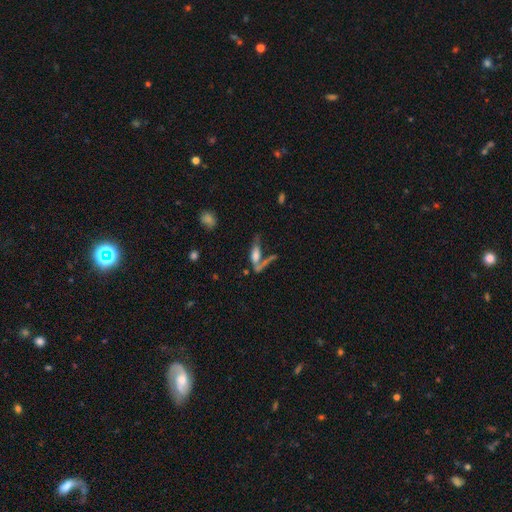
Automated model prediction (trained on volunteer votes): This appears to be a smooth galaxy with no disk features (54%) that is in between round and cigar-shaped (50%). Merging: merger (38%).